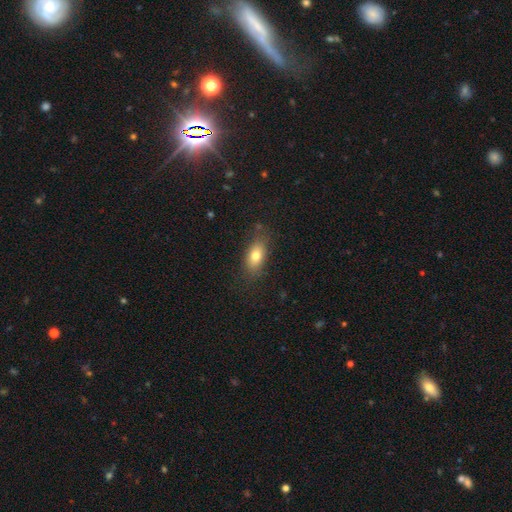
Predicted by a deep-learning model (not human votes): Smooth or featured? Predicted: smooth (p=0.78). How rounded? Predicted: in between (p=0.84). Merging? Predicted: none (p=0.77).